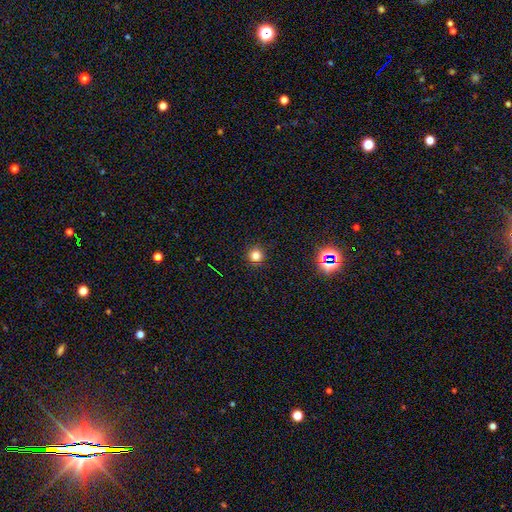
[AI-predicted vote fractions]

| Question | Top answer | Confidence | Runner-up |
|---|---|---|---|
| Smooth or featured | smooth | 78% | star or artifact (17%) |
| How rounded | round | 94% | in between (5%) |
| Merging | none | 91% | minor disturbance (6%) |